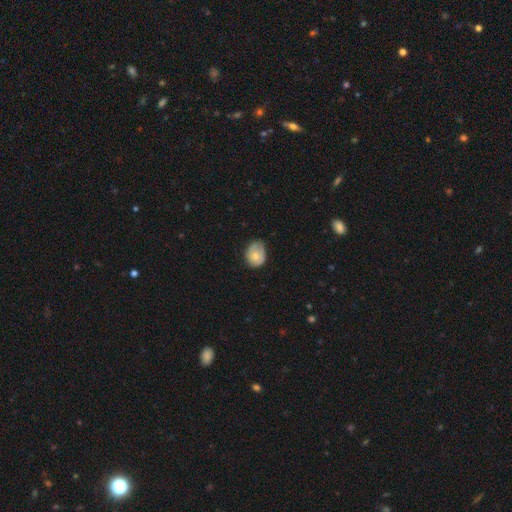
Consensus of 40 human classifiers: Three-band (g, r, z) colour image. It shows a smooth galaxy with no disk features (60%) that is round (58%). Merging: minor disturbance (46%).